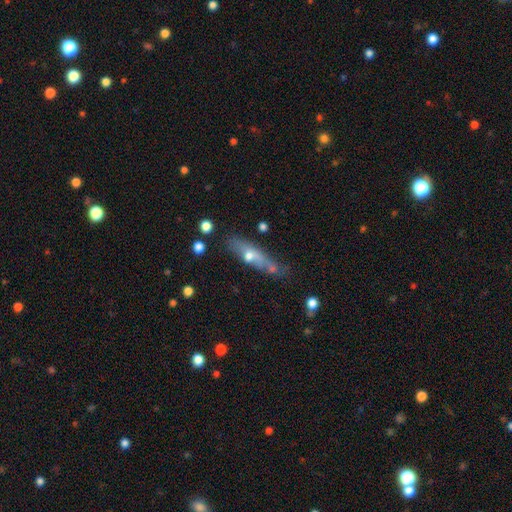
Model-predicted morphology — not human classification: smooth-or-featured: featured or disk: 50% | smooth: 39% | star or artifact: 11%
  disk-edge-on: yes: 69% | no: 31%
  merging: none: 60% | minor disturbance: 23% | merger: 9% | major disturbance: 8%